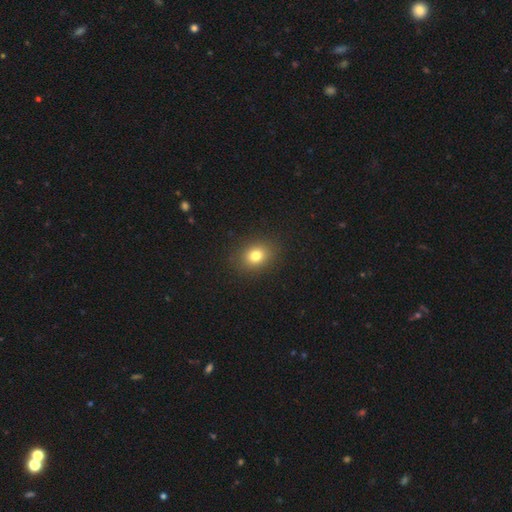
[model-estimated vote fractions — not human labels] Q: Smooth or featured?
A: smooth (79%); runner-up: star or artifact (13%)
Q: How rounded?
A: round (56%); runner-up: in between (43%)
Q: Merging?
A: none (89%); runner-up: minor disturbance (7%)